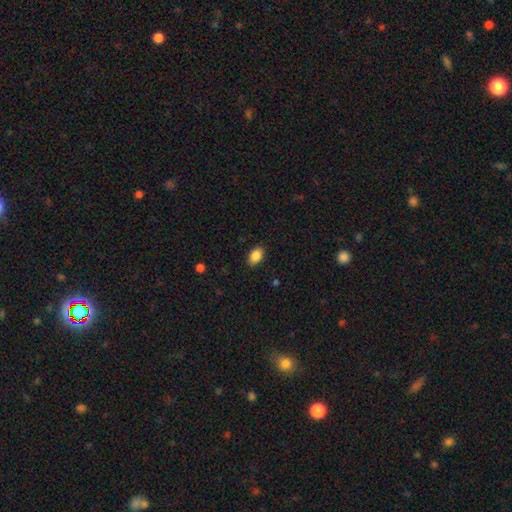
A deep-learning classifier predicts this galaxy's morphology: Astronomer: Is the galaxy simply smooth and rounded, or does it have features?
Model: smooth — 88%.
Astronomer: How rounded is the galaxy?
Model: in between — 88%.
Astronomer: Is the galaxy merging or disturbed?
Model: none — 87%.